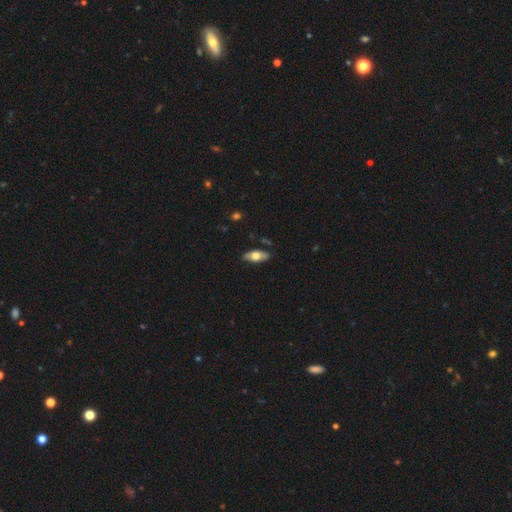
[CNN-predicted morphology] smooth-or-featured: smooth: 57% | featured or disk: 37% | star or artifact: 6%
  how-rounded: in between: 82% | cigar-shaped: 15% | round: 3%
  merging: none: 84% | minor disturbance: 12% | major disturbance: 2% | merger: 1%